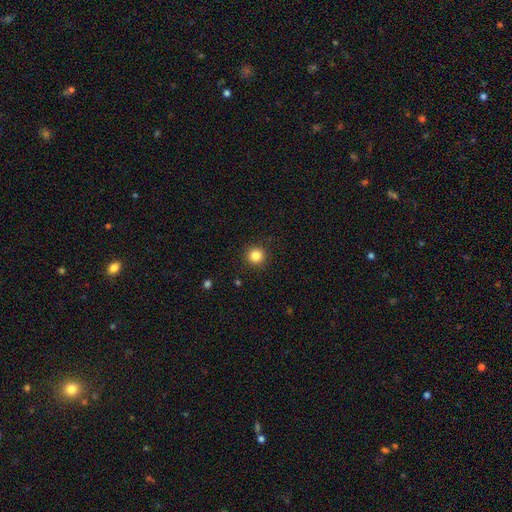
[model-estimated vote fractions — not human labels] A smooth galaxy with no disk features (84%) that is round (95%). Merging: none (92%).